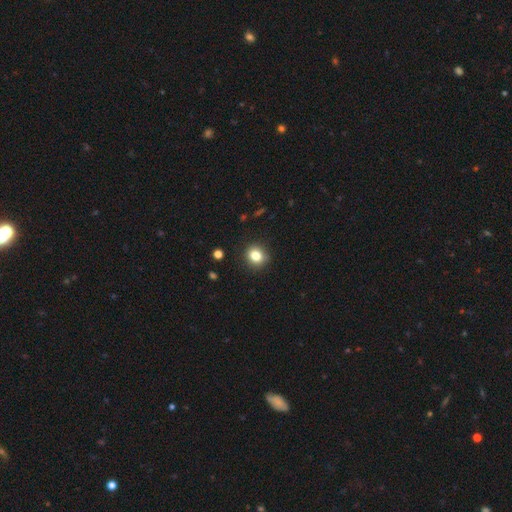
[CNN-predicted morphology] A smooth galaxy with no disk features (82%) that is round (82%).

Vote fractions:
- Smooth or featured? smooth: 82% / star or artifact: 12% / featured or disk: 7%
- How rounded? round: 82% / in between: 17% / cigar-shaped: 1%
- Merging? none: 89% / minor disturbance: 8% / major disturbance: 2% / merger: 1%